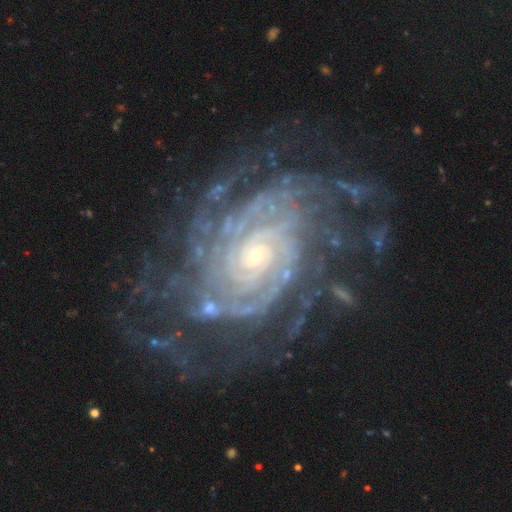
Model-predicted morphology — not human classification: This appears to be a featured or disk galaxy (91%) with no bar (68%), tight (77%) spiral arms (98%) and a small central bulge (66%). Merging: none (70%).